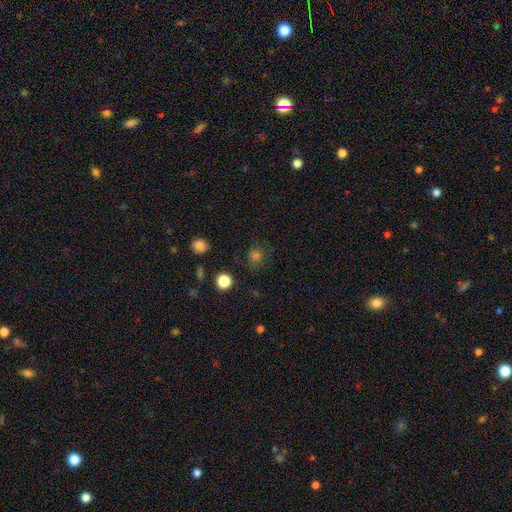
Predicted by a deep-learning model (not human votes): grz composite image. It shows a smooth galaxy with no disk features (67%) that is round (83%). Merging: none (76%).